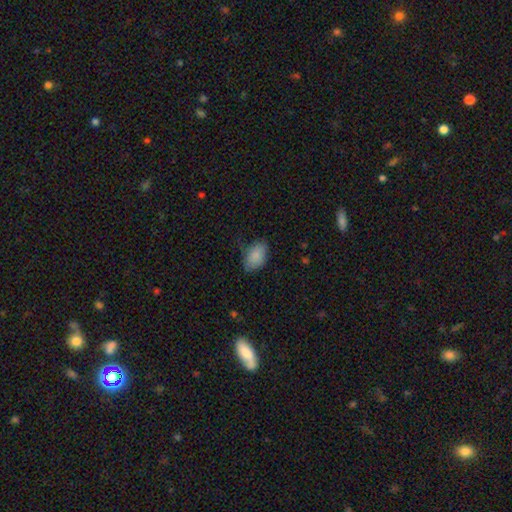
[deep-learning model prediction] smooth-or-featured: smooth: 86% | star or artifact: 7% | featured or disk: 7%
  how-rounded: in between: 91% | round: 8% | cigar-shaped: 1%
  merging: none: 67% | minor disturbance: 25% | major disturbance: 6% | merger: 1%